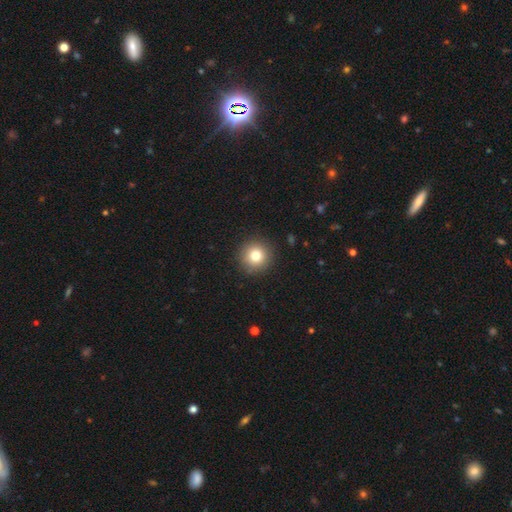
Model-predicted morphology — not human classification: Q: Smooth or featured?
A: smooth (79%); runner-up: star or artifact (12%)
Q: How rounded?
A: round (95%); runner-up: in between (4%)
Q: Merging?
A: none (91%); runner-up: minor disturbance (5%)